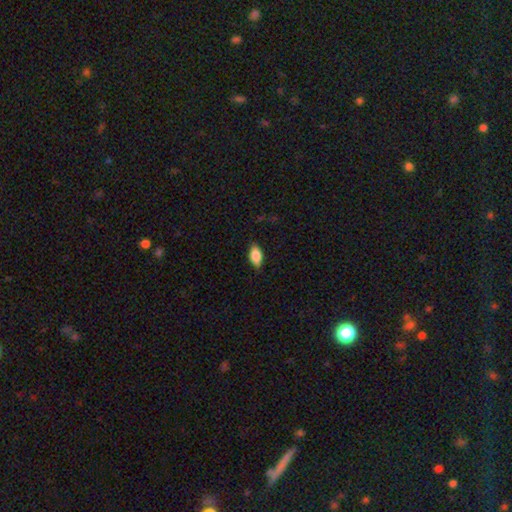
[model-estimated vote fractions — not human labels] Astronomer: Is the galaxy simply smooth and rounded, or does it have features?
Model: smooth — 80%.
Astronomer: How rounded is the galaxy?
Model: in between — 89%.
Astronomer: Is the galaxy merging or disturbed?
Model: none — 83%.